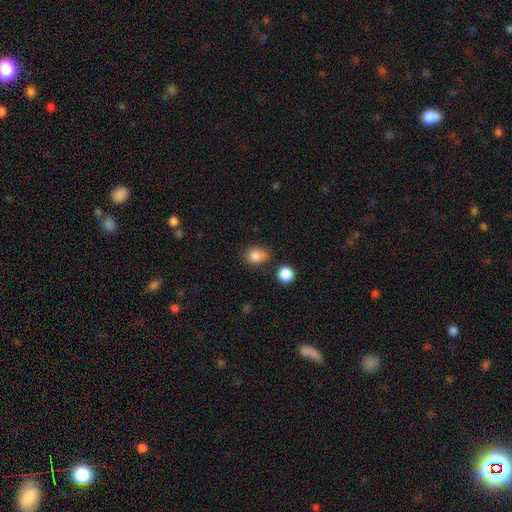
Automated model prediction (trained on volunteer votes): Smooth or featured: smooth — 84% (star or artifact — 11%)
How rounded: round — 52% (in between — 47%)
Merging: none — 64% (minor disturbance — 23%)